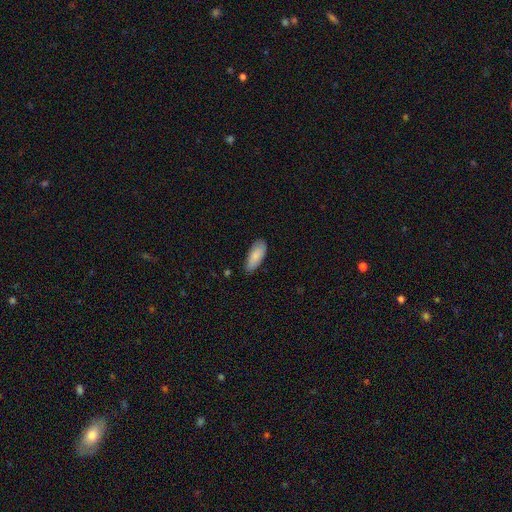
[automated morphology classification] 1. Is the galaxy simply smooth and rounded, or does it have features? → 83% smooth, 12% featured or disk, 6% star or artifact.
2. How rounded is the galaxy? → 82% in between, 16% cigar-shaped, 2% round.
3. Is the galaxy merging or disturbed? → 74% none, 21% minor disturbance, 3% major disturbance, 1% merger.